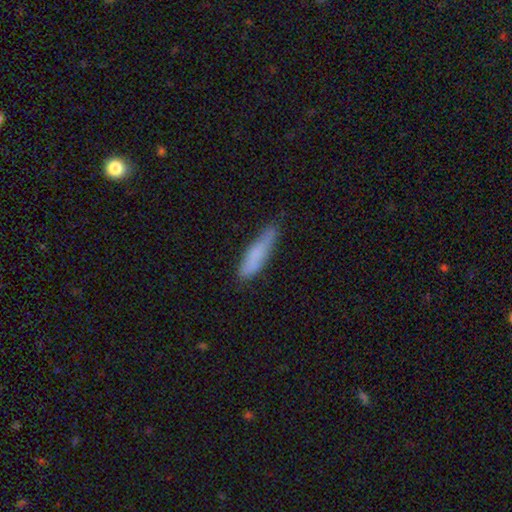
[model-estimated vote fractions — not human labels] smooth 78%, featured or disk 16%, star or artifact 6%. Down the decision tree: how rounded — cigar-shaped (81%); merging — none (70%).